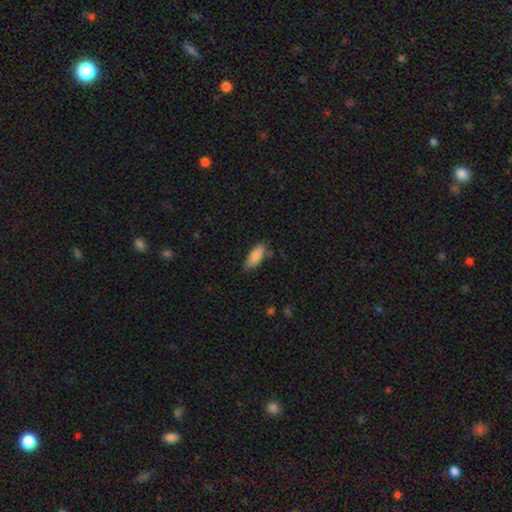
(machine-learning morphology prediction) smooth_or_featured: smooth (p=0.85) [alt: featured or disk p=0.09]
how_rounded: in between (p=0.77) [alt: cigar-shaped p=0.21]
merging: none (p=0.75) [alt: minor disturbance p=0.19]